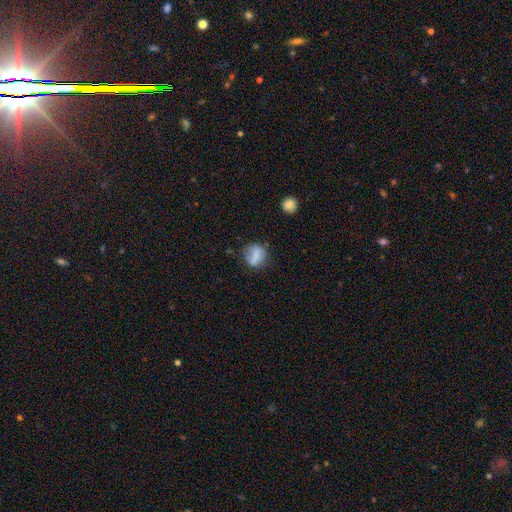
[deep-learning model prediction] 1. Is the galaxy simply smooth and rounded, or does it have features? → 73% smooth, 17% featured or disk, 10% star or artifact.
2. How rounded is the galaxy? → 61% round, 36% in between, 3% cigar-shaped.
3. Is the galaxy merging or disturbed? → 62% none, 23% minor disturbance, 10% major disturbance, 5% merger.